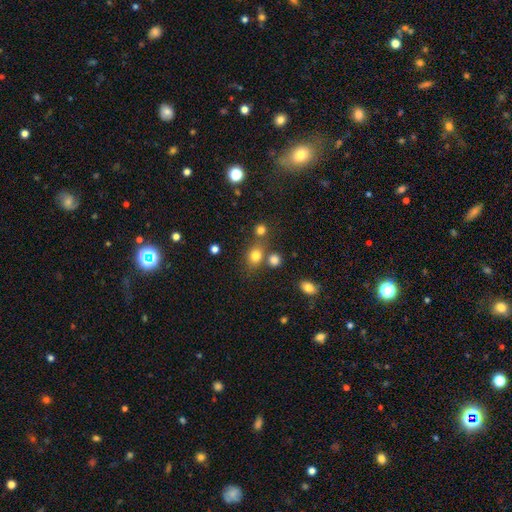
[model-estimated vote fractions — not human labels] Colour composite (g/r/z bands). It shows a smooth galaxy with no disk features (77%) that is round (56%). Merging: none (62%).